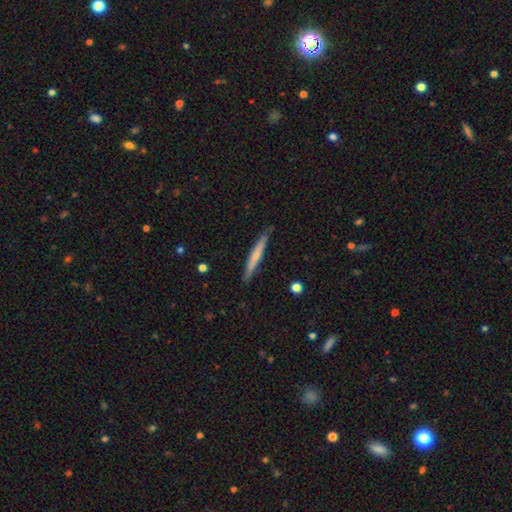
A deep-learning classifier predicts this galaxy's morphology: smooth 55%, featured or disk 39%, star or artifact 5%. Down the decision tree: how rounded — cigar-shaped (96%); merging — none (87%).